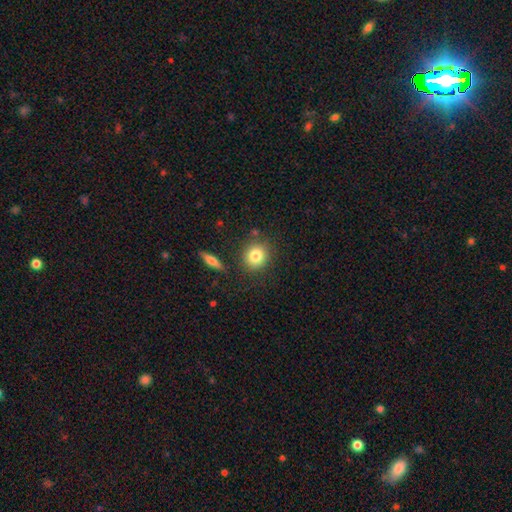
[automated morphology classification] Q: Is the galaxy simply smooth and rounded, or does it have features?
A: smooth — 82%.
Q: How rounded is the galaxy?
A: round — 83%.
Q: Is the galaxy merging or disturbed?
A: none — 82%.